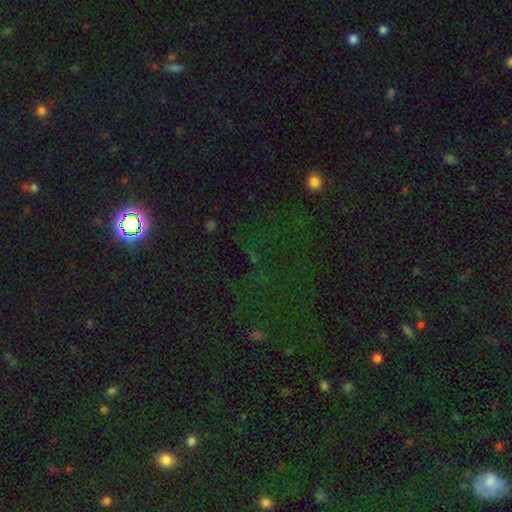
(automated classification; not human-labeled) A star or artifact, not a galaxy (75%).

Vote fractions:
- Smooth or featured? star or artifact: 75% / smooth: 17% / featured or disk: 8%